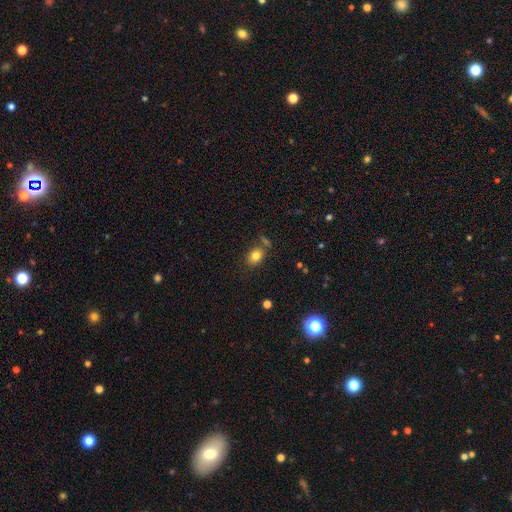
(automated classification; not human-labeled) Smooth or featured? smooth (81%)
How rounded? in between (60%)
Merging? none (72%)